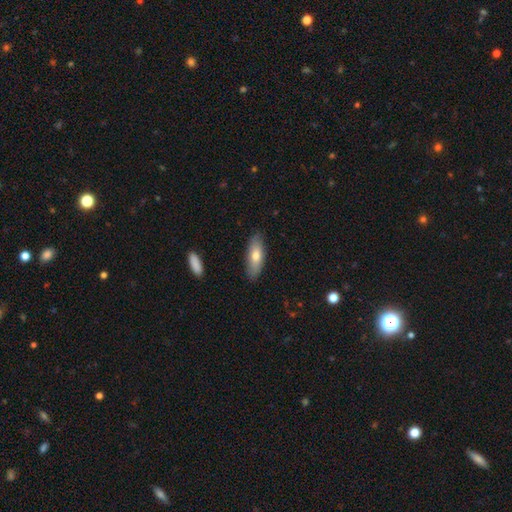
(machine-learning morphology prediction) type=smooth (71%); roundness=in between (66%); merging=none (85%).